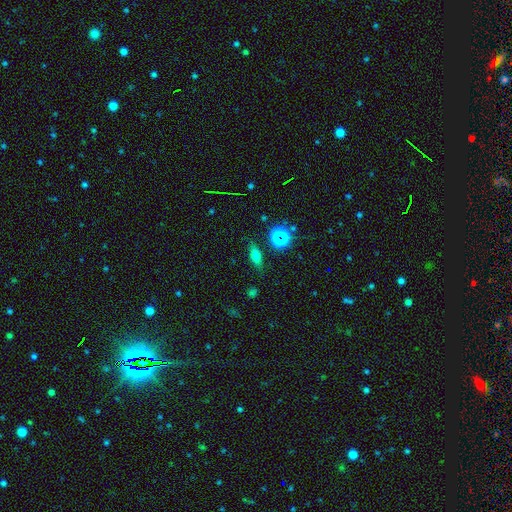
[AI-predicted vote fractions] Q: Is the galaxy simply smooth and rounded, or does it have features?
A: smooth — 62%.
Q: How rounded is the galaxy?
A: in between — 56%.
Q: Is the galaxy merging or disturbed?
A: none — 82%.